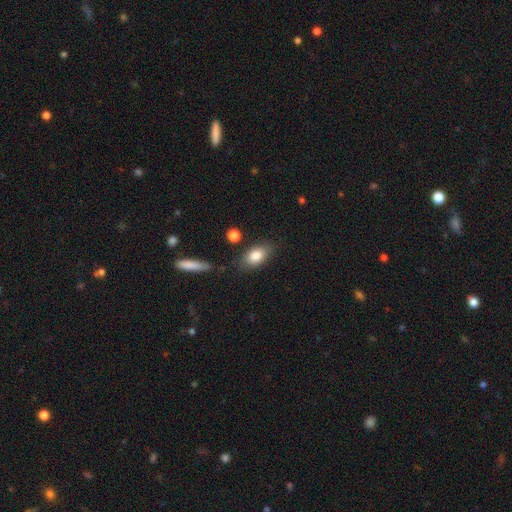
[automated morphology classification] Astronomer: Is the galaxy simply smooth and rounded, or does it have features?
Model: smooth — 82%.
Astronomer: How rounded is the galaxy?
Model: in between — 84%.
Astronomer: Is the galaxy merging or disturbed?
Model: none — 77%.